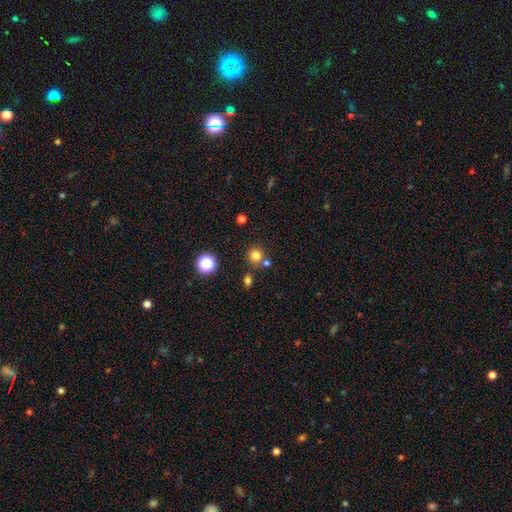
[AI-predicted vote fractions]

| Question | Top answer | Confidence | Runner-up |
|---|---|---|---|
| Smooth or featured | smooth | 78% | star or artifact (16%) |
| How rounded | round | 92% | in between (7%) |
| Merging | none | 73% | merger (17%) |